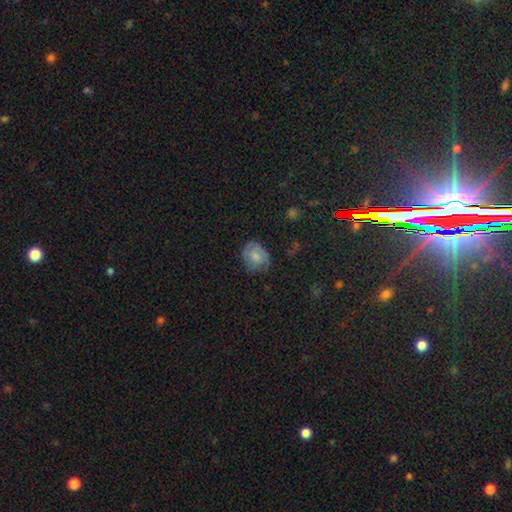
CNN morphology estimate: This is likely a smooth galaxy (68%). How rounded: possibly round (53%). Merging: likely none (60%).